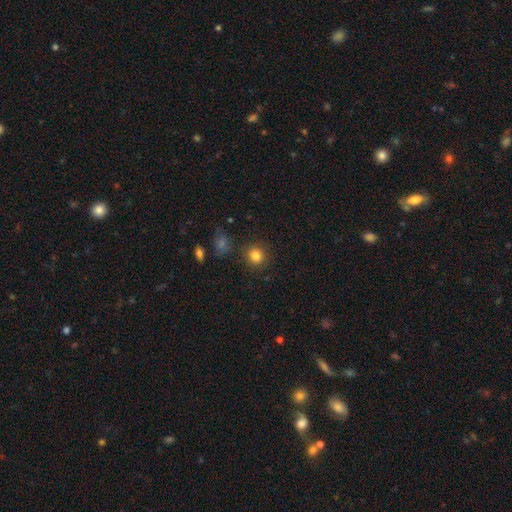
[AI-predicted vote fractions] Morphology: type=smooth (83%); roundness=round (90%); merging=none (88%).